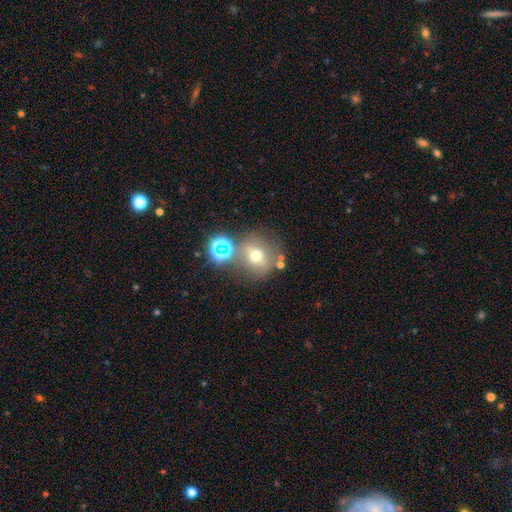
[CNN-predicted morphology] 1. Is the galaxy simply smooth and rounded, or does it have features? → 58% smooth, 21% star or artifact, 20% featured or disk.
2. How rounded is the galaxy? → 81% round, 17% in between, 1% cigar-shaped.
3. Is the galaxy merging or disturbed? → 64% none, 16% merger, 13% minor disturbance, 6% major disturbance.